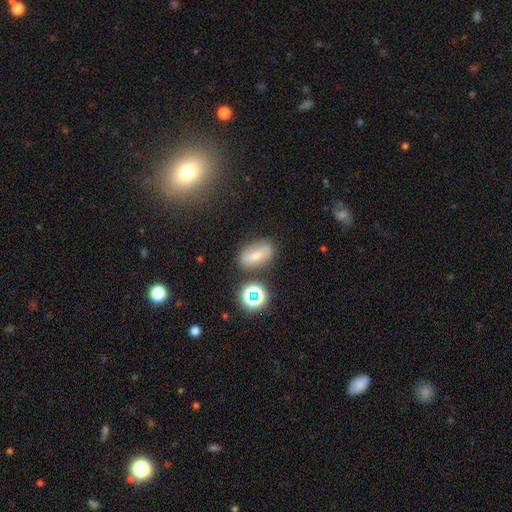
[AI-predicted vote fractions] A smooth galaxy with no disk features (50%). Merging: none (75%).